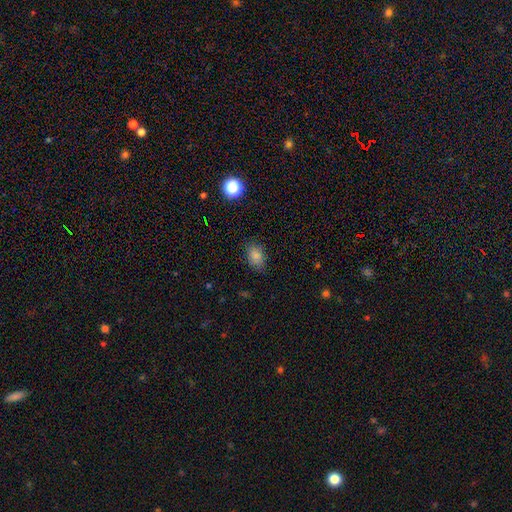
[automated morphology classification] Smooth or featured: smooth — 83% (star or artifact — 11%)
How rounded: in between — 83% (round — 15%)
Merging: none — 81% (minor disturbance — 14%)